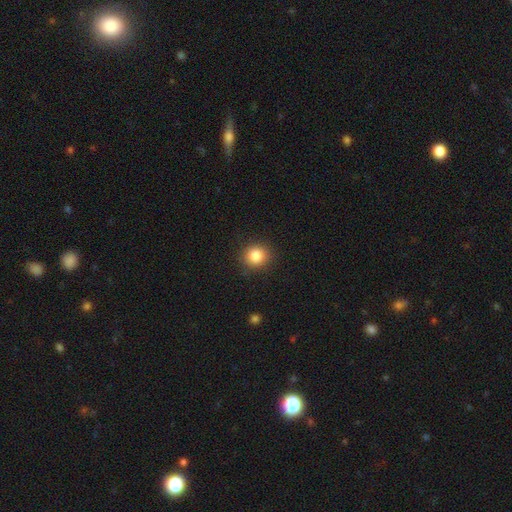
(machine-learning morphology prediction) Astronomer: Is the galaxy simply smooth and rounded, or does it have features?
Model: smooth — 85%.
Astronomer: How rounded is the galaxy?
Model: round — 87%.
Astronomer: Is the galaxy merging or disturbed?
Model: none — 89%.